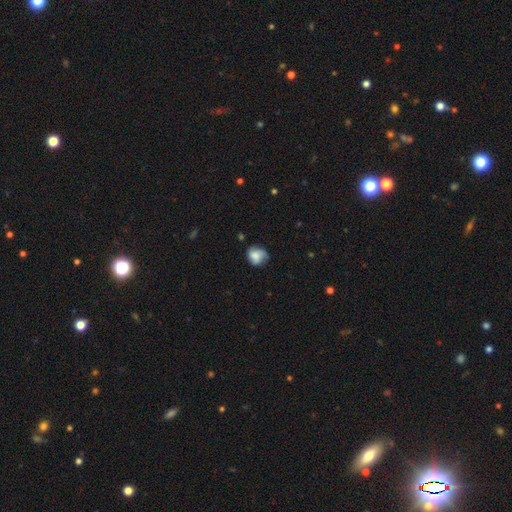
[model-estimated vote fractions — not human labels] This appears to be a smooth galaxy with no disk features (62%) that is round (70%). Merging: none (58%).